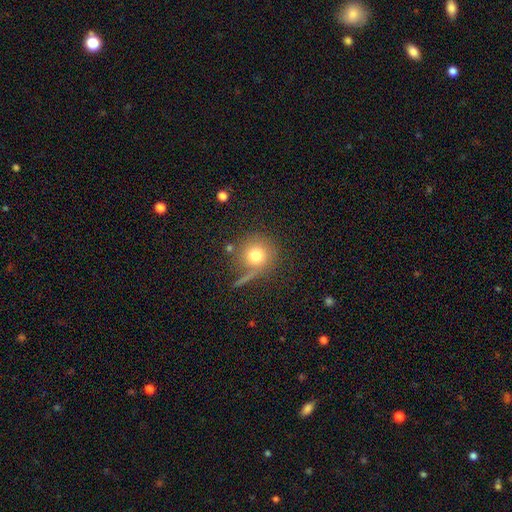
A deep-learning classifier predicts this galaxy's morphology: smooth 75%, featured or disk 13%, star or artifact 12%. Down the decision tree: how rounded — round (92%); merging — none (67%).